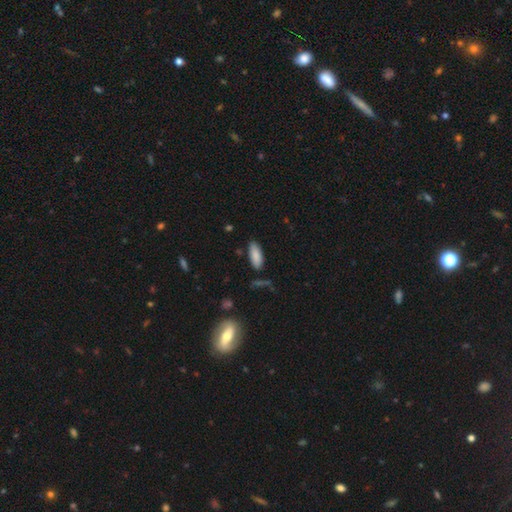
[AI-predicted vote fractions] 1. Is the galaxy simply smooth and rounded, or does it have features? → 87% smooth, 7% star or artifact, 6% featured or disk.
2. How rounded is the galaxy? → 76% in between, 22% cigar-shaped, 2% round.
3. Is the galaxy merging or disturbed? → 81% none, 13% minor disturbance, 3% major disturbance, 3% merger.